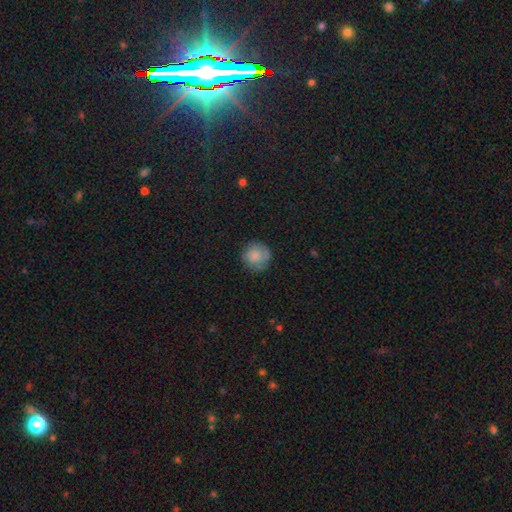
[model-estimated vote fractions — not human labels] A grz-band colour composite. It shows a smooth galaxy with no disk features (75%) that is round (91%). Merging: none (74%).